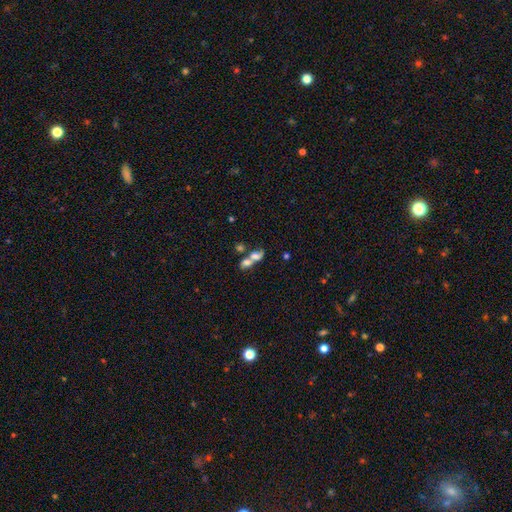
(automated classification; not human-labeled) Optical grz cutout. It shows a smooth galaxy with no disk features (65%) that is in between round and cigar-shaped (62%). Merging: merger (69%).